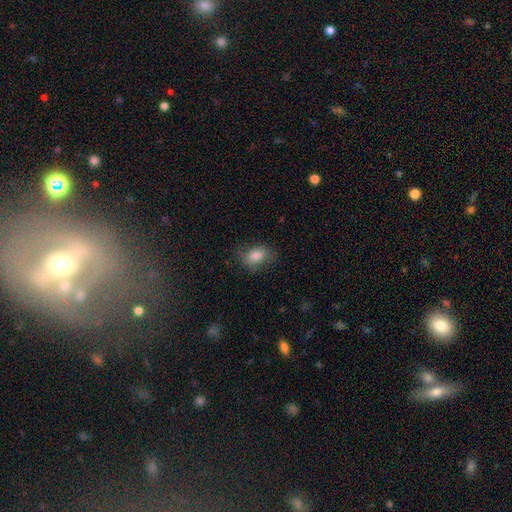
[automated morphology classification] smooth-or-featured: smooth: 82% | star or artifact: 9% | featured or disk: 9%
  how-rounded: in between: 77% | round: 22% | cigar-shaped: 2%
  merging: none: 71% | minor disturbance: 20% | major disturbance: 8% | merger: 1%